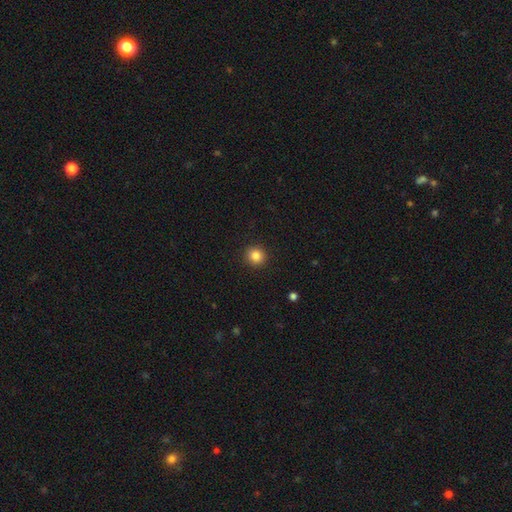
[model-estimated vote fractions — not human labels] Overall: smooth (84%). How rounded: round (92%). Merging: none (92%).